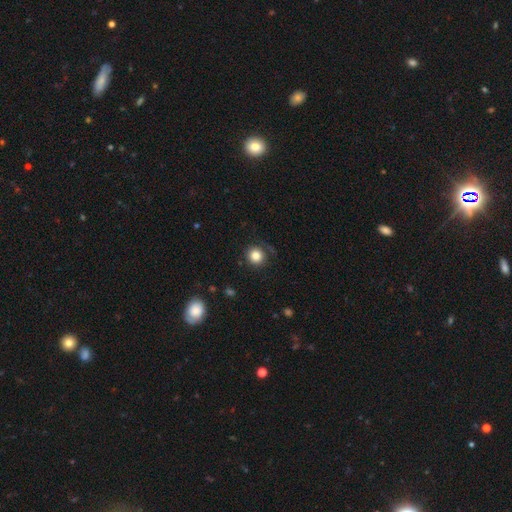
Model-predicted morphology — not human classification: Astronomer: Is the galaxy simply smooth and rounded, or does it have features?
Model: smooth — 83%.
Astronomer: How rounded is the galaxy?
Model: round — 91%.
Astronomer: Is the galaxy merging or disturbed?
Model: none — 81%.